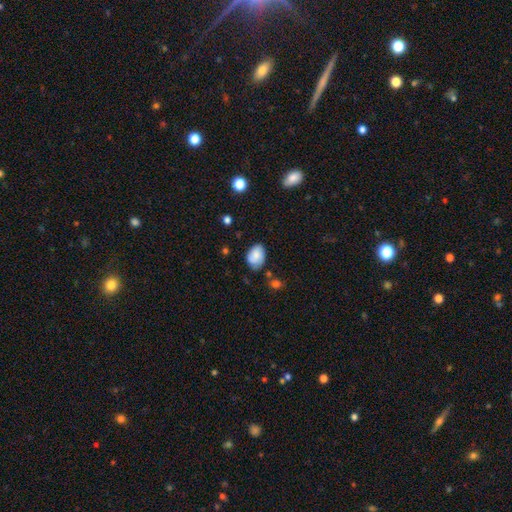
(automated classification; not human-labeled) A smooth galaxy with no disk features (72%) that is in between round and cigar-shaped (80%).

Vote fractions:
- Smooth or featured? smooth: 72% / featured or disk: 20% / star or artifact: 8%
- How rounded? in between: 80% / round: 19% / cigar-shaped: 1%
- Merging? none: 63% / minor disturbance: 28% / major disturbance: 6% / merger: 4%